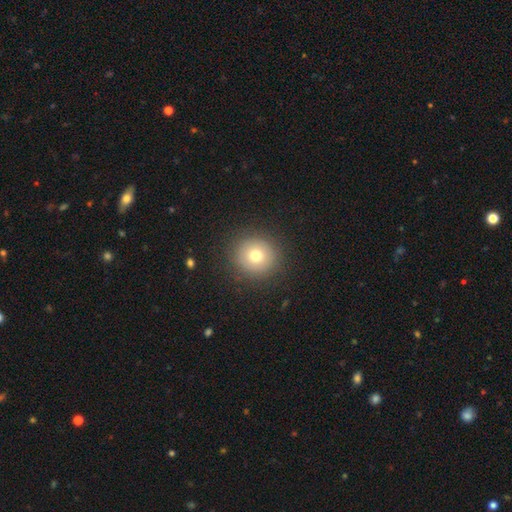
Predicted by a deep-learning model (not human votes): Morphology: type=smooth (72%); roundness=round (93%); merging=none (89%).